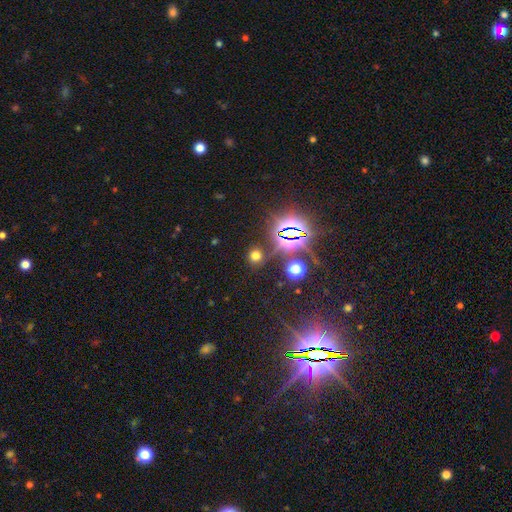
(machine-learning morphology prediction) A smooth galaxy with no disk features (55%) that is round (86%). Merging: none (83%).